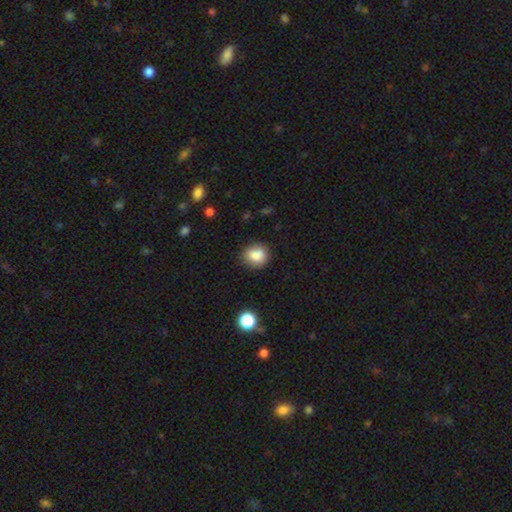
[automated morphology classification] Smooth or featured? smooth (82%)
How rounded? round (71%)
Merging? none (74%)